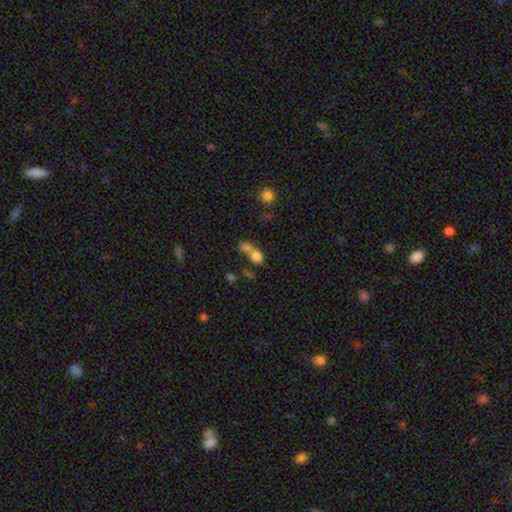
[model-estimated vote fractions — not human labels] Morphology: type=smooth (75%); roundness=in between (54%); merging=merger (61%).